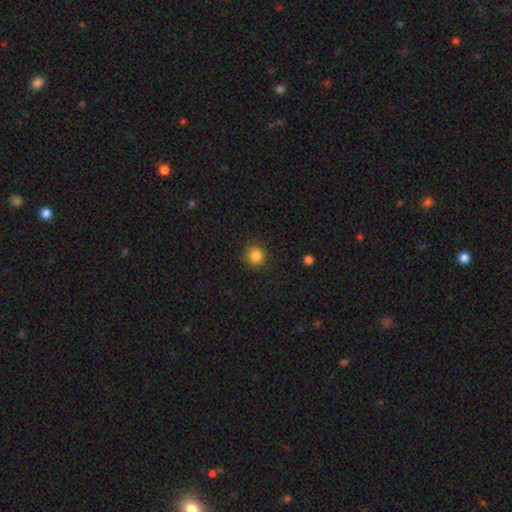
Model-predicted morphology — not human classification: Smooth or featured? Predicted: smooth (p=0.85). How rounded? Predicted: round (p=0.93). Merging? Predicted: none (p=0.89).